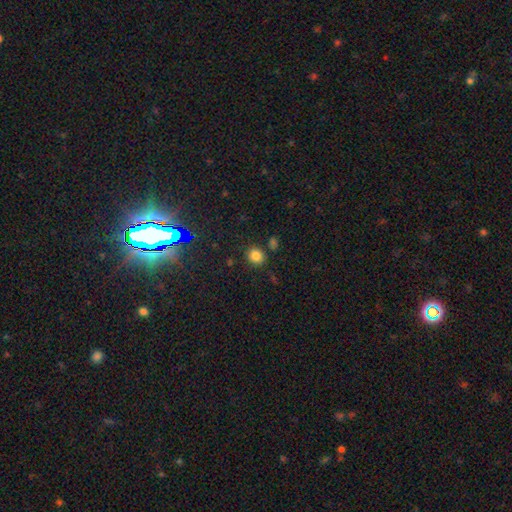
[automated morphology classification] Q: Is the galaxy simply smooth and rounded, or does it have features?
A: smooth — 81%.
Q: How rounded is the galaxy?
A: round — 78%.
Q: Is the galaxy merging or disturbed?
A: none — 81%.